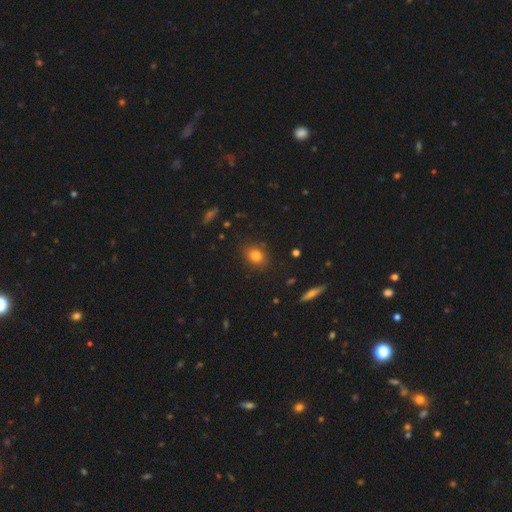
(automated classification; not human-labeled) A smooth galaxy with no disk features (81%) that is in between round and cigar-shaped (49%, tied with round).

Vote fractions:
- Smooth or featured? smooth: 81% / star or artifact: 12% / featured or disk: 7%
- How rounded? in between: 49% (tied) / round: 49% (tied) / cigar-shaped: 1%
- Merging? none: 86% / minor disturbance: 10% / major disturbance: 3% / merger: 1%